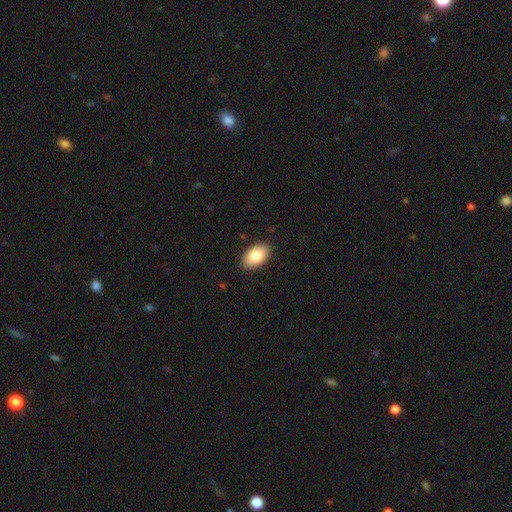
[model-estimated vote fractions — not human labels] A smooth galaxy with no disk features (84%) that is in between round and cigar-shaped (94%).

Vote fractions:
- Smooth or featured? smooth: 84% / featured or disk: 10% / star or artifact: 6%
- How rounded? in between: 94% / round: 5% / cigar-shaped: 1%
- Merging? none: 89% / minor disturbance: 9% / major disturbance: 2% / merger: 1%